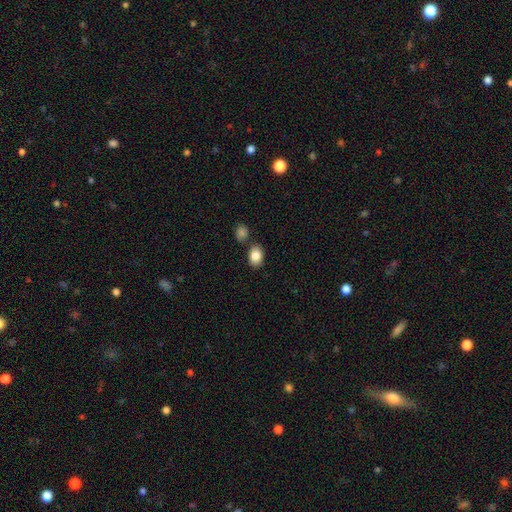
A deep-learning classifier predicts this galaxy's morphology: Q: Smooth or featured?
A: smooth (86%); runner-up: star or artifact (8%)
Q: How rounded?
A: in between (76%); runner-up: round (23%)
Q: Merging?
A: none (74%); runner-up: minor disturbance (12%)